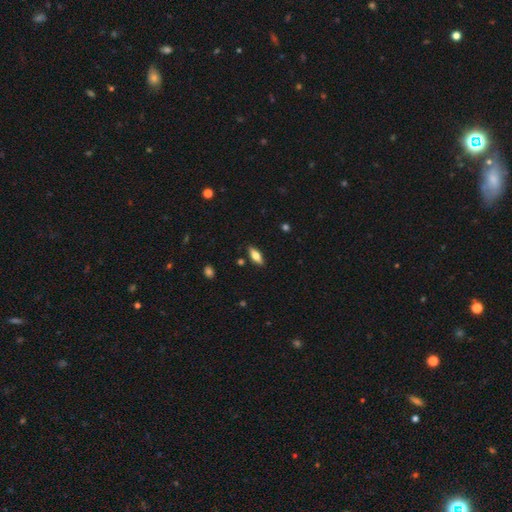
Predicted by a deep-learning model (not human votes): Smooth or featured? Predicted: smooth (p=0.64). How rounded? Predicted: in between (p=0.70). Merging? Predicted: none (p=0.87).